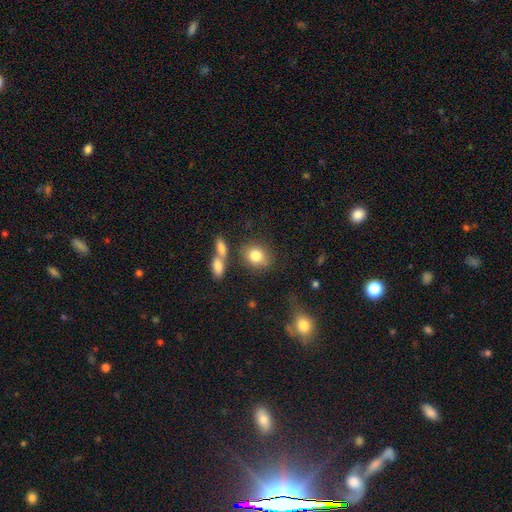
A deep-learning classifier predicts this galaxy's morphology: Smooth or featured?
  - smooth: 81% *
  - featured or disk: 10%
  - star or artifact: 9%
How rounded?
  - round: 56% *
  - in between: 42%
  - cigar-shaped: 2%
Merging?
  - none: 65% *
  - minor disturbance: 15%
  - merger: 14%
  - major disturbance: 6%